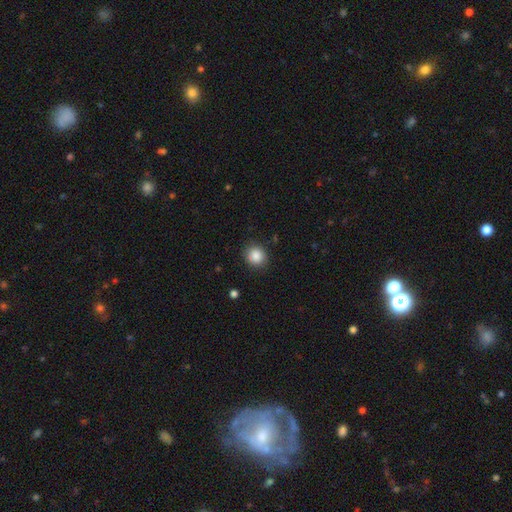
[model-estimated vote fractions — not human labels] Smooth or featured? smooth (86%)
How rounded? round (84%)
Merging? none (87%)